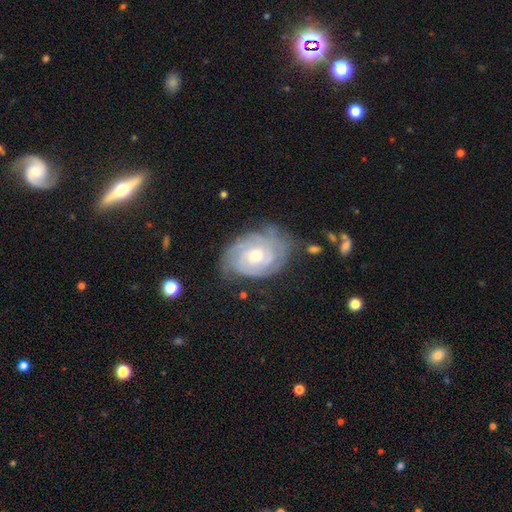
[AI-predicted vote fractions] Overall: featured or disk (82%). Edge-on disk: no (97%). Bar: no (72%). Spiral arms: yes (93%). Spiral arm count: can't tell (37%; 2 26%). Spiral winding: tight (70%). Bulge size: moderate (57%; small 37%). Merging: none (66%).